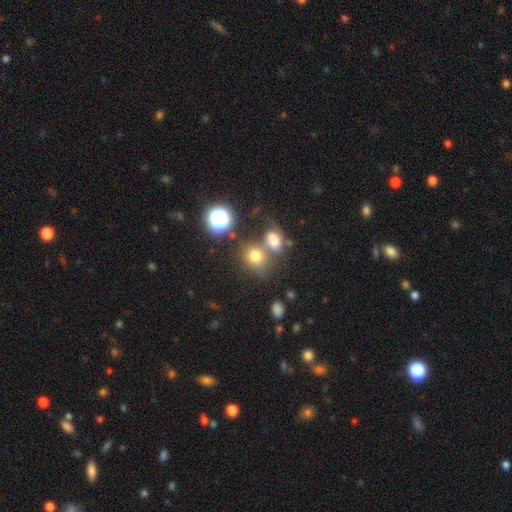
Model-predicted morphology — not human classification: Smooth or featured? Predicted: smooth (p=0.72). How rounded? Predicted: round (p=0.61). Merging? Predicted: none (p=0.47).